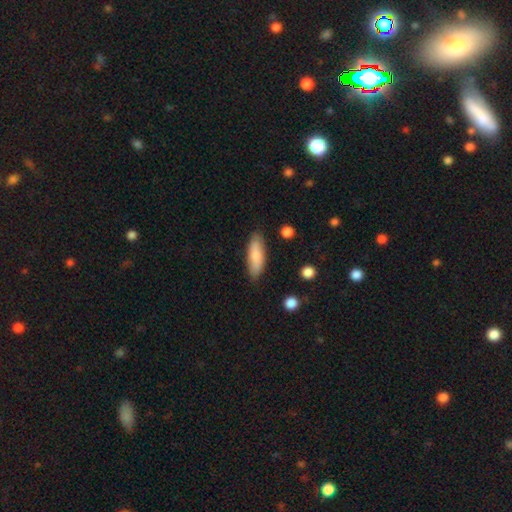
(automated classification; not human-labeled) Smooth or featured: smooth — 81% (featured or disk — 14%)
How rounded: in between — 57% (cigar-shaped — 41%)
Merging: none — 83% (minor disturbance — 13%)